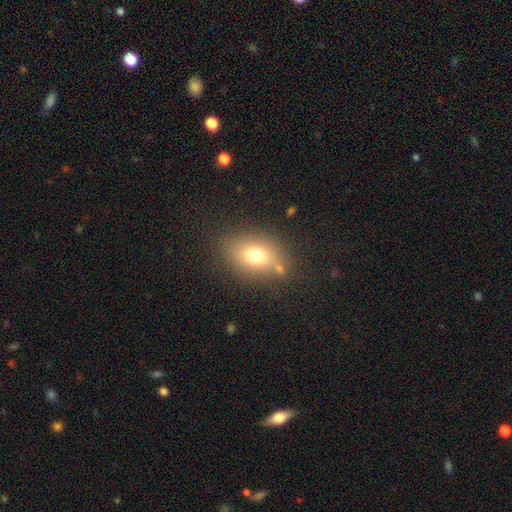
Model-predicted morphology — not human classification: smooth-or-featured: smooth: 73% | featured or disk: 14% | star or artifact: 13%
  how-rounded: in between: 68% | round: 31% | cigar-shaped: 2%
  merging: none: 71% | minor disturbance: 15% | merger: 8% | major disturbance: 6%